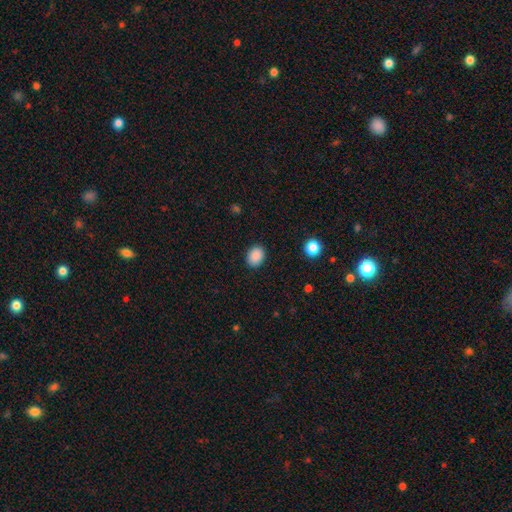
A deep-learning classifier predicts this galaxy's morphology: Q: Smooth or featured?
A: smooth (89%); runner-up: star or artifact (8%)
Q: How rounded?
A: in between (61%); runner-up: round (38%)
Q: Merging?
A: none (89%); runner-up: minor disturbance (8%)